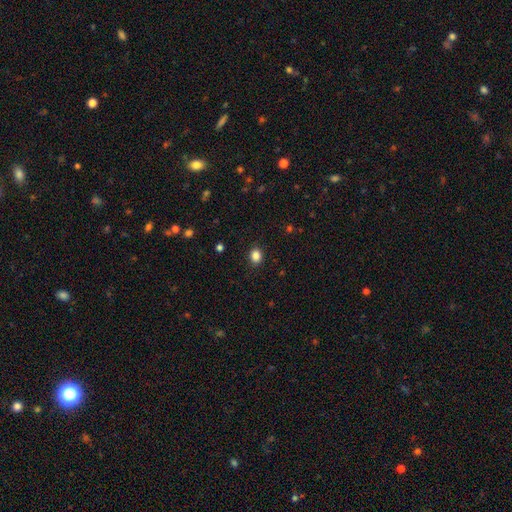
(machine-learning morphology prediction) Smooth or featured: smooth — 86% (star or artifact — 11%)
How rounded: round — 55% (in between — 44%)
Merging: none — 89% (minor disturbance — 7%)